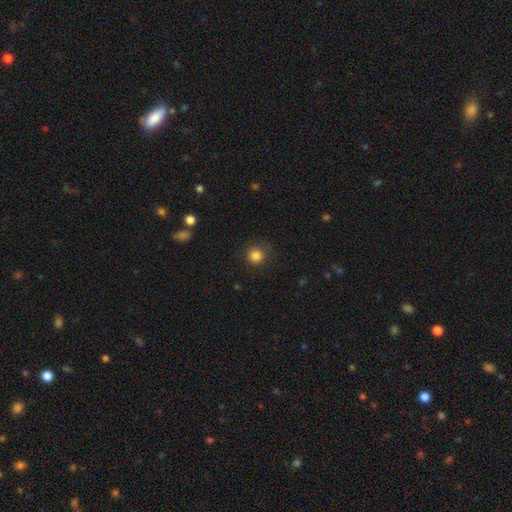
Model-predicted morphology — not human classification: Smooth or featured: smooth — 84% (star or artifact — 11%)
How rounded: round — 93% (in between — 6%)
Merging: none — 81% (minor disturbance — 12%)